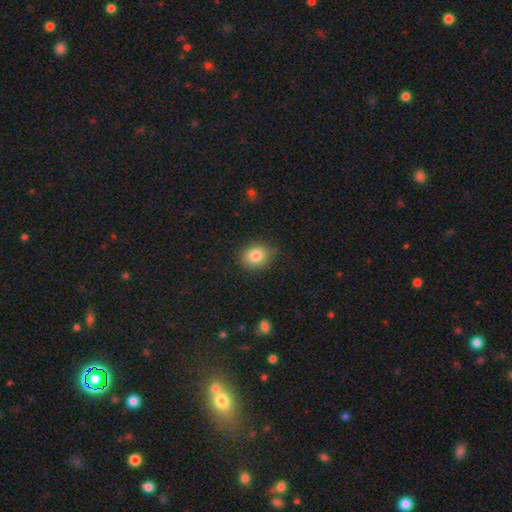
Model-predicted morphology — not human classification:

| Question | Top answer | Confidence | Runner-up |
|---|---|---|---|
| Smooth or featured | smooth | 83% | star or artifact (9%) |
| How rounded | round | 60% | in between (39%) |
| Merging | none | 74% | minor disturbance (21%) |